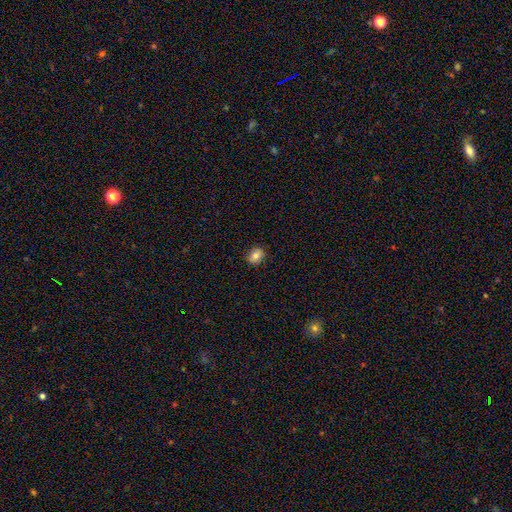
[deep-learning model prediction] This is clearly a smooth galaxy (82%). How rounded: possibly round (52%). Merging: clearly none (88%).